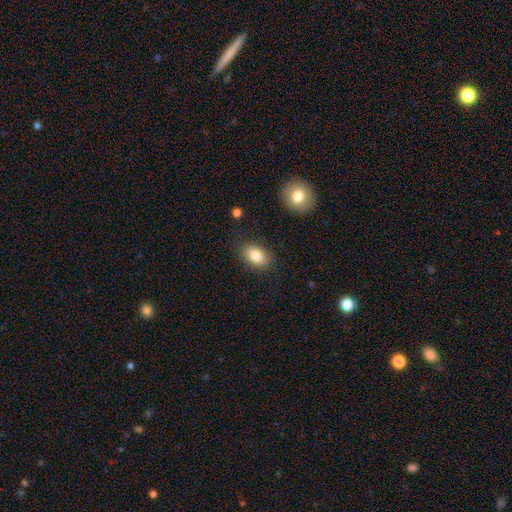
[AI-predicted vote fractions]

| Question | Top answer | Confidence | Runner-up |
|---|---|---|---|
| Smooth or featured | smooth | 83% | featured or disk (9%) |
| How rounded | in between | 84% | round (14%) |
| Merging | none | 84% | minor disturbance (11%) |